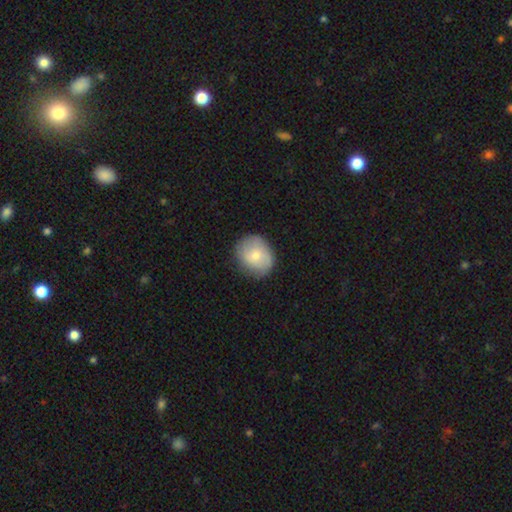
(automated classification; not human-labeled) A smooth galaxy with no disk features (68%) that is round (66%).

Vote fractions:
- Smooth or featured? smooth: 68% / featured or disk: 25% / star or artifact: 7%
- How rounded? round: 66% / in between: 33% / cigar-shaped: 1%
- Merging? none: 78% / minor disturbance: 16% / major disturbance: 4% / merger: 1%